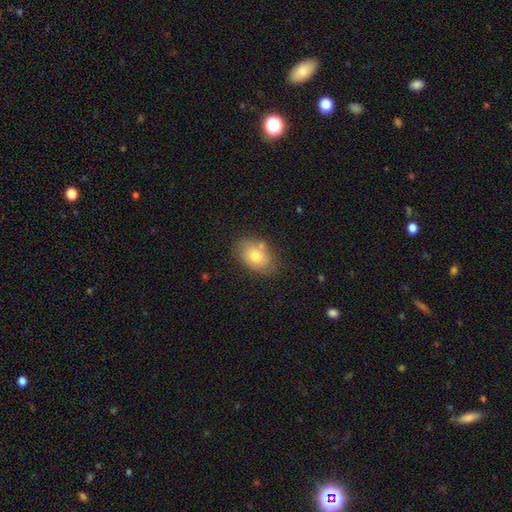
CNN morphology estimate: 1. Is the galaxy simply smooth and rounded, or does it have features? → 72% smooth, 20% featured or disk, 8% star or artifact.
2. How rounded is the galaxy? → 83% in between, 16% round, 1% cigar-shaped.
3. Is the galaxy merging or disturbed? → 70% none, 18% minor disturbance, 8% merger, 4% major disturbance.